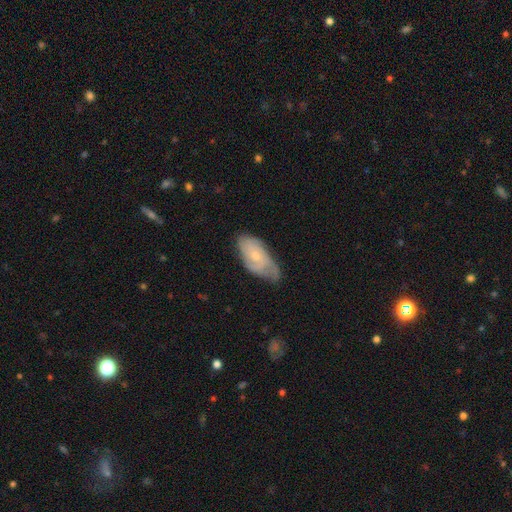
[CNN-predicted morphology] A featured or disk galaxy (56%) with no bar (76%), spiral arms (80%) and a small central bulge (57%). Merging: none (48%).